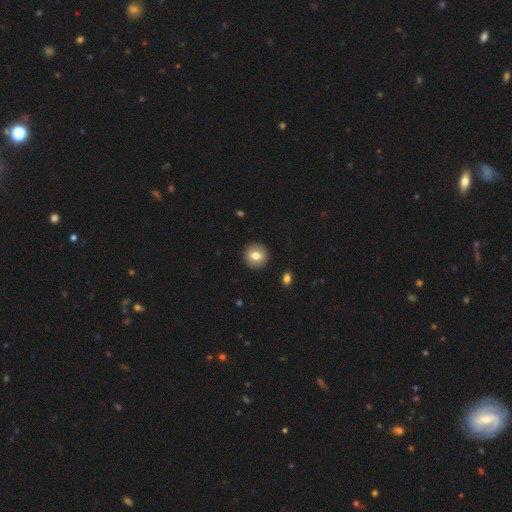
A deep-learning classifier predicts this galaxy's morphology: Smooth or featured: smooth — 76% (featured or disk — 16%)
How rounded: round — 92% (in between — 7%)
Merging: none — 92% (minor disturbance — 5%)